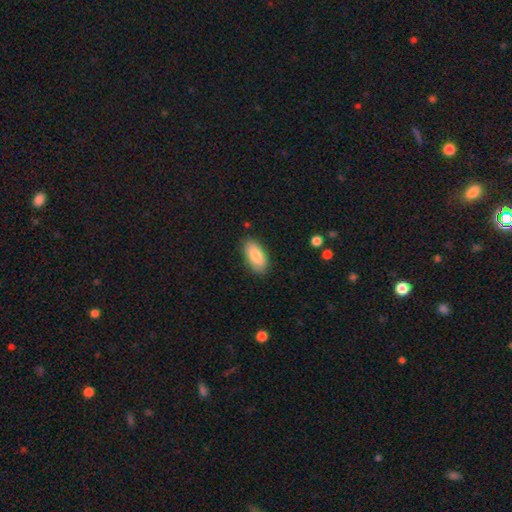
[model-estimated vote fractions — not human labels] Overall: smooth (84%). How rounded: in between (92%). Merging: none (85%).